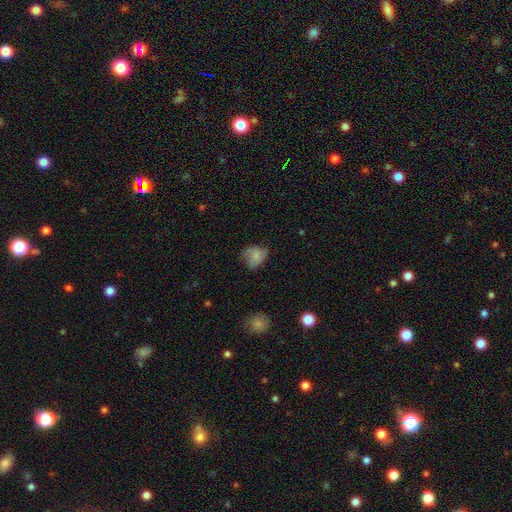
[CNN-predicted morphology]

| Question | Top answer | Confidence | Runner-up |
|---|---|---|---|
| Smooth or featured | smooth | 66% | featured or disk (25%) |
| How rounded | in between | 57% | round (42%) |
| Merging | none | 42% | minor disturbance (35%) |